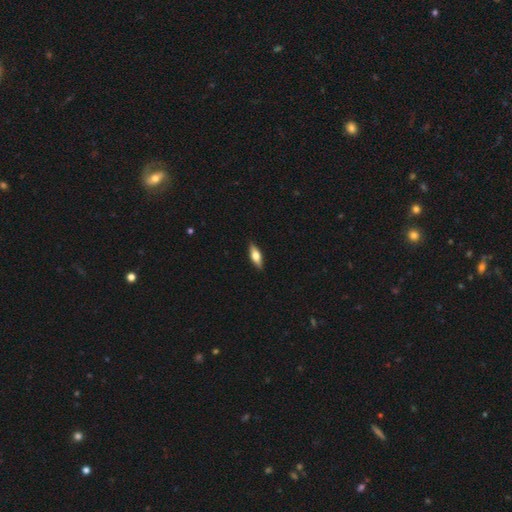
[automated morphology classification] Smooth or featured? smooth (56%)
How rounded? in between (60%)
Merging? none (89%)